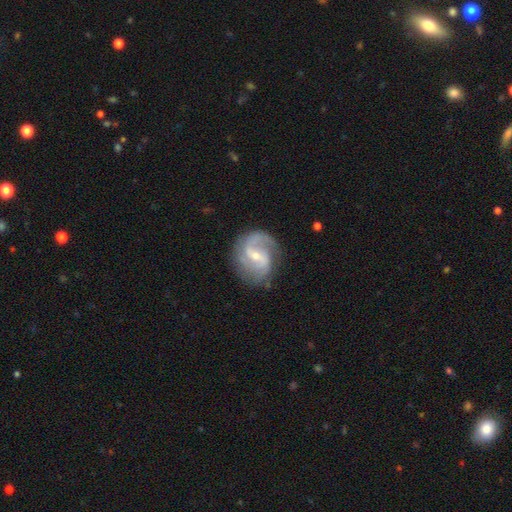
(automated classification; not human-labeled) Q: Smooth or featured?
A: featured or disk (87%); runner-up: smooth (7%)
Q: Edge-on disk?
A: no (98%); runner-up: yes (2%)
Q: Bar?
A: weak (53%); runner-up: no (24%)
Q: Spiral arms?
A: yes (96%); runner-up: no (4%)
Q: Spiral winding?
A: medium (49%); runner-up: loose (30%)
Q: Spiral arm count?
A: 2 (73%); runner-up: can't tell (9%)
Q: Bulge size?
A: small (61%); runner-up: moderate (35%)
Q: Merging?
A: none (73%); runner-up: minor disturbance (17%)